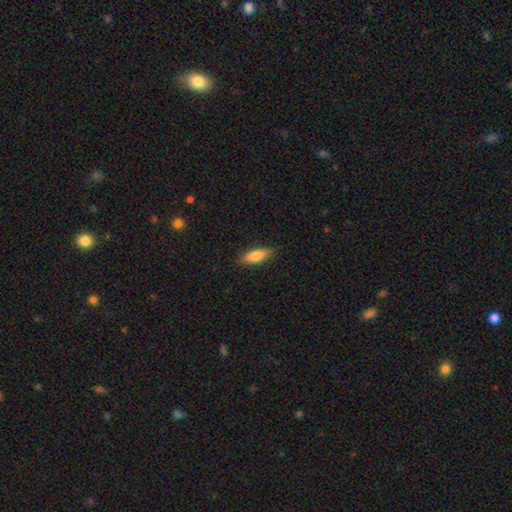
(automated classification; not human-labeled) Q: Smooth or featured?
A: smooth (78%); runner-up: featured or disk (16%)
Q: How rounded?
A: in between (59%); runner-up: cigar-shaped (39%)
Q: Merging?
A: none (85%); runner-up: minor disturbance (12%)